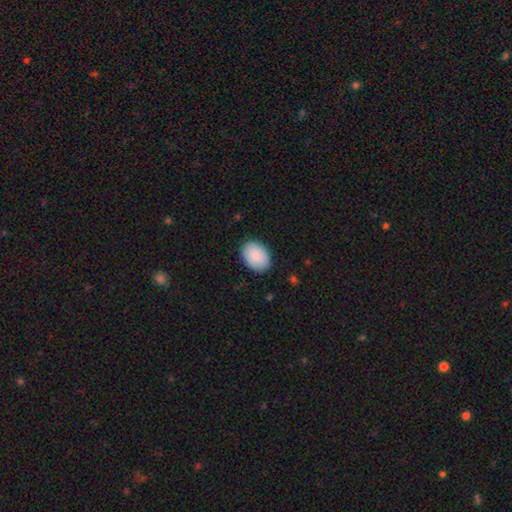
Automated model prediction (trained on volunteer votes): smooth-or-featured: smooth: 89% | star or artifact: 6% | featured or disk: 5%
  how-rounded: in between: 80% | round: 19% | cigar-shaped: 1%
  merging: none: 88% | minor disturbance: 9% | major disturbance: 2% | merger: 1%